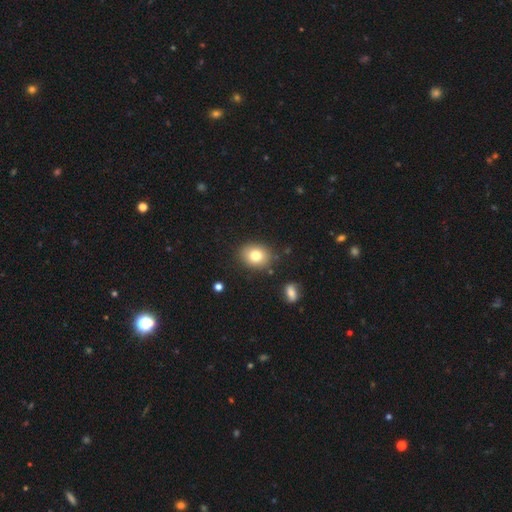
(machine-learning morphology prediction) A smooth galaxy with no disk features (79%) that is round (51%).

Vote fractions:
- Smooth or featured? smooth: 79% / featured or disk: 11% / star or artifact: 10%
- How rounded? round: 51% / in between: 48% / cigar-shaped: 1%
- Merging? none: 85% / minor disturbance: 10% / merger: 3% / major disturbance: 3%